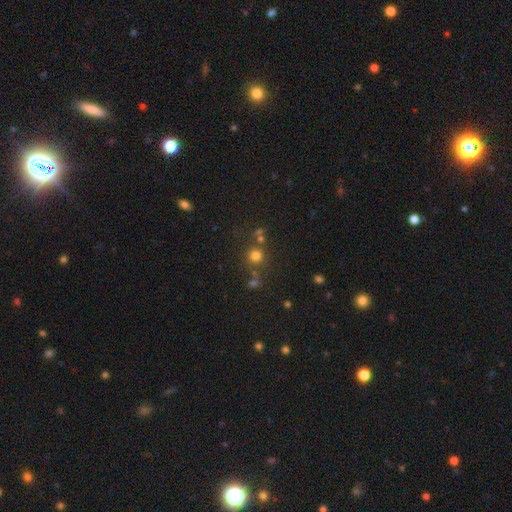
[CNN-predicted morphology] smooth_or_featured: smooth (p=0.73) [alt: star or artifact p=0.20]
how_rounded: round (p=0.92) [alt: in between p=0.07]
merging: none (p=0.74) [alt: merger p=0.13]